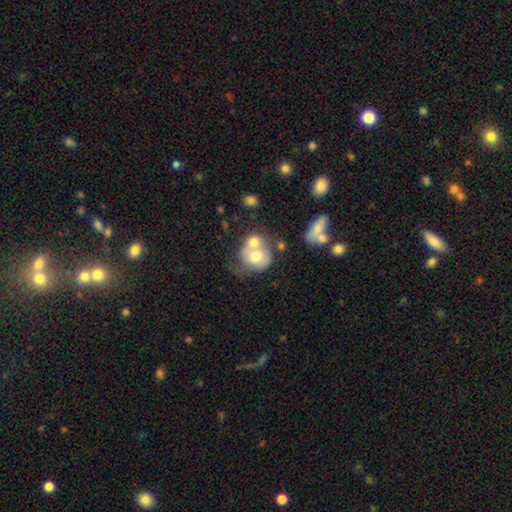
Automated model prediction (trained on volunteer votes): A smooth galaxy with no disk features (62%) that is round (70%).

Vote fractions:
- Smooth or featured? smooth: 62% / featured or disk: 30% / star or artifact: 8%
- How rounded? round: 70% / in between: 29% / cigar-shaped: 1%
- Merging? merger: 63% / none: 21% / minor disturbance: 10% / major disturbance: 6%